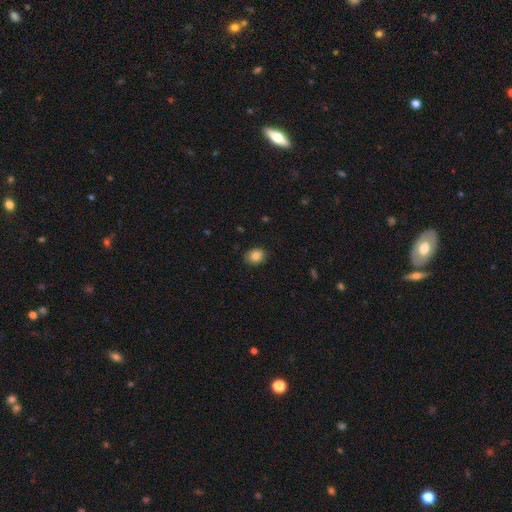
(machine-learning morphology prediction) smooth_or_featured: smooth (p=0.86) [alt: star or artifact p=0.09]
how_rounded: round (p=0.55) [alt: in between p=0.44]
merging: none (p=0.85) [alt: minor disturbance p=0.11]